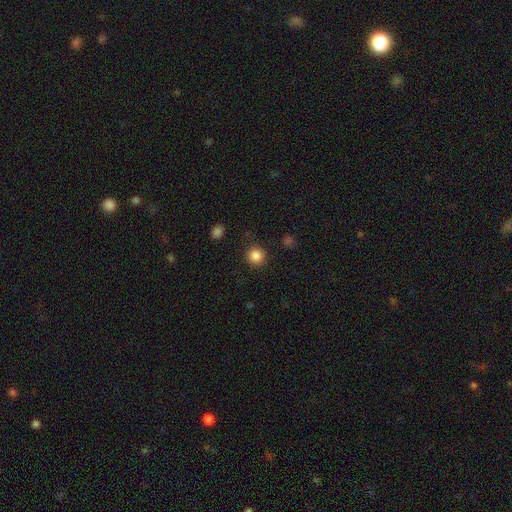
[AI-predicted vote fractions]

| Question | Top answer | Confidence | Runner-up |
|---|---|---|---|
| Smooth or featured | smooth | 86% | star or artifact (11%) |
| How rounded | round | 94% | in between (5%) |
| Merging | none | 88% | minor disturbance (8%) |